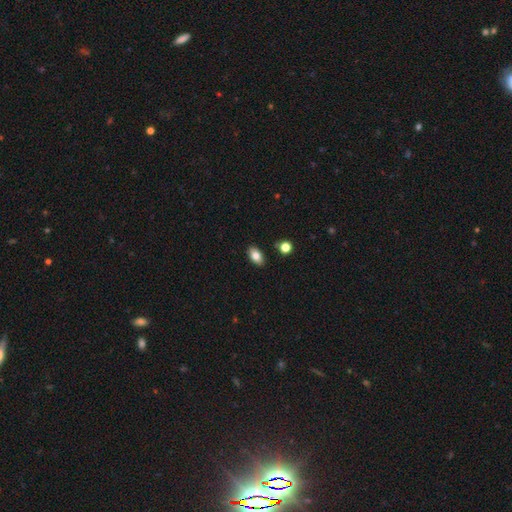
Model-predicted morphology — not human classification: smooth-or-featured: smooth: 80% | featured or disk: 11% | star or artifact: 8%
  how-rounded: in between: 91% | round: 6% | cigar-shaped: 3%
  merging: none: 88% | minor disturbance: 8% | merger: 2% | major disturbance: 2%